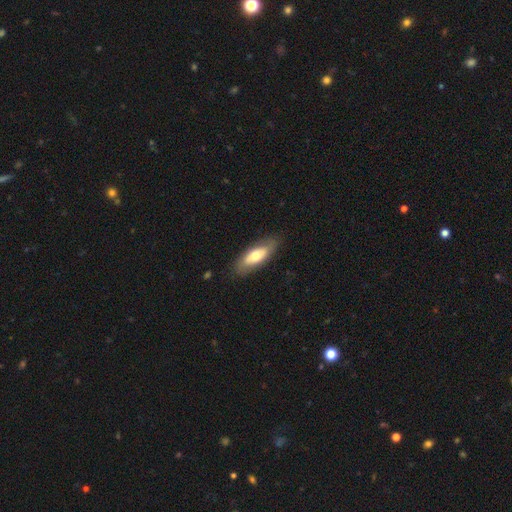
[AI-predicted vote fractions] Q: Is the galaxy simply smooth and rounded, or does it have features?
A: smooth — 61%.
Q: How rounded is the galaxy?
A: in between — 70%.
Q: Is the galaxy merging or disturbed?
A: none — 80%.